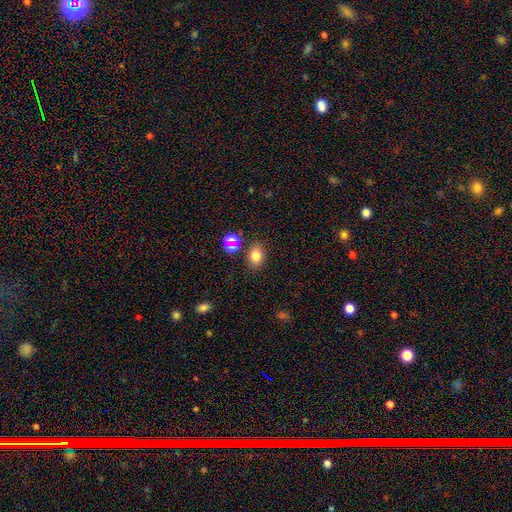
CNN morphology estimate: Overall: smooth (77%). How rounded: in between (71%). Merging: none (76%).